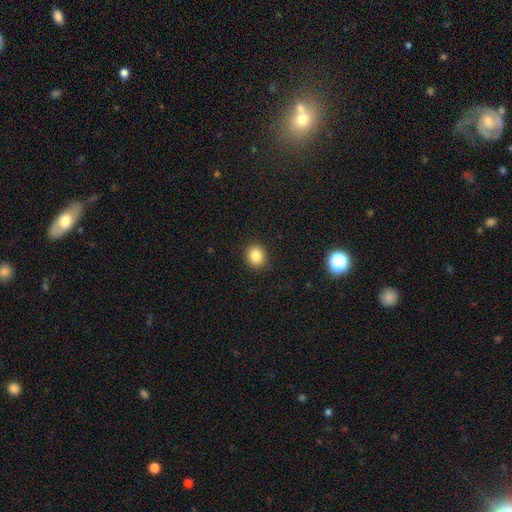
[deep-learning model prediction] This appears to be a smooth galaxy with no disk features (84%) that is round (78%). Merging: none (91%).